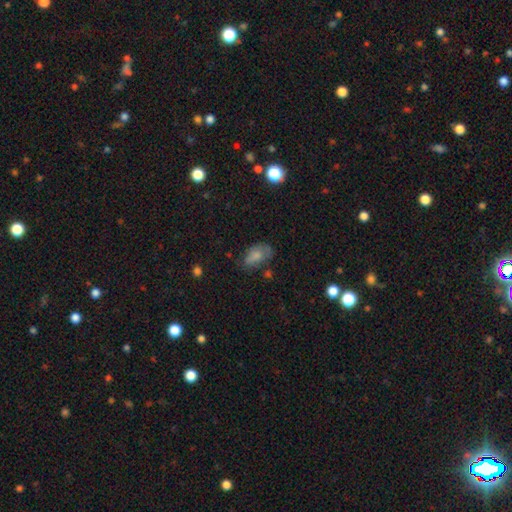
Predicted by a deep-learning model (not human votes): A smooth galaxy with no disk features (71%) that is in between round and cigar-shaped (89%). Merging: none (47%).